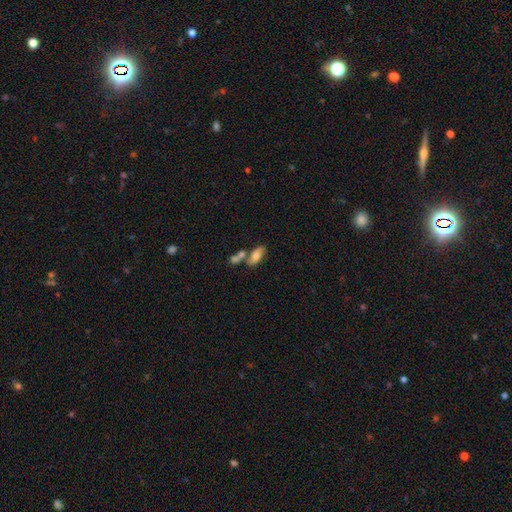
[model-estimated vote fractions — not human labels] Smooth or featured? Predicted: smooth (p=0.66). How rounded? Predicted: in between (p=0.82). Merging? Predicted: merger (p=0.43).